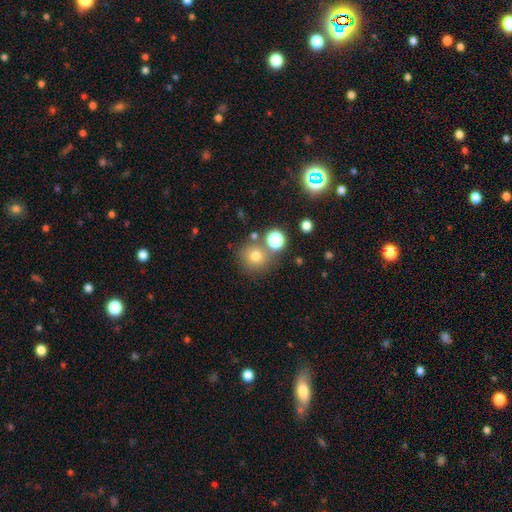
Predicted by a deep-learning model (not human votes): Smooth or featured?
  - smooth: 73% *
  - star or artifact: 17%
  - featured or disk: 10%
How rounded?
  - round: 90% *
  - in between: 9%
  - cigar-shaped: 1%
Merging?
  - none: 71% *
  - merger: 14%
  - minor disturbance: 10%
  - major disturbance: 4%